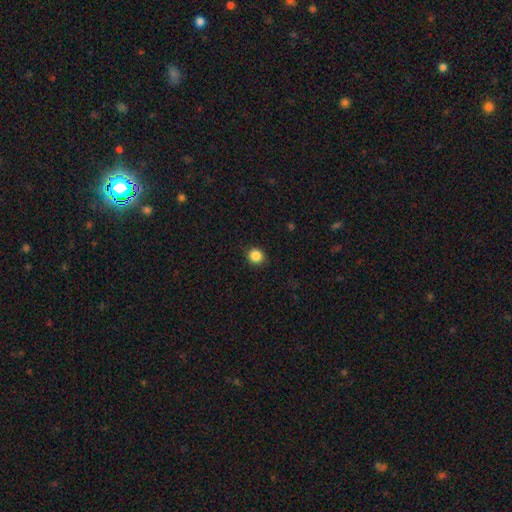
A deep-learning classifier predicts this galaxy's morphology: Smooth or featured? Predicted: smooth (p=0.86). How rounded? Predicted: round (p=0.84). Merging? Predicted: none (p=0.90).